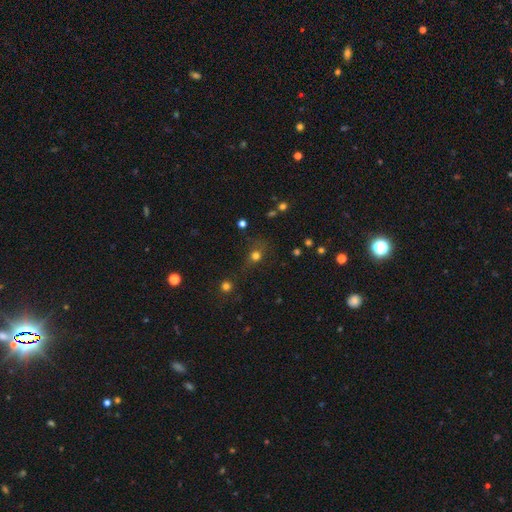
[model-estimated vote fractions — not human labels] smooth_or_featured: smooth (p=0.69) [alt: star or artifact p=0.23]
how_rounded: round (p=0.74) [alt: in between p=0.23]
merging: none (p=0.65) [alt: minor disturbance p=0.18]